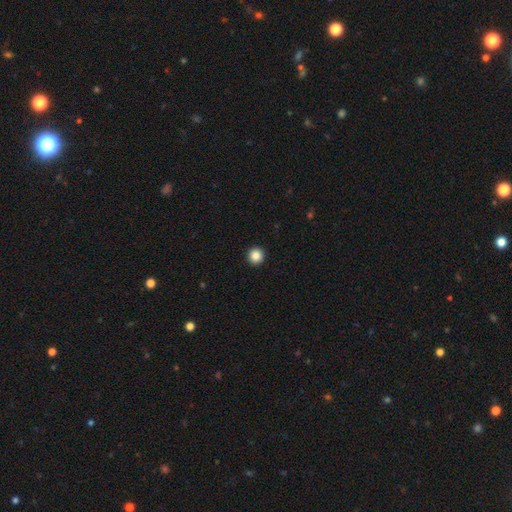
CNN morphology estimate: smooth-or-featured: smooth: 86% | star or artifact: 10% | featured or disk: 4%
  how-rounded: round: 96% | in between: 3% | cigar-shaped: 1%
  merging: none: 94% | minor disturbance: 4% | major disturbance: 1% | merger: 1%